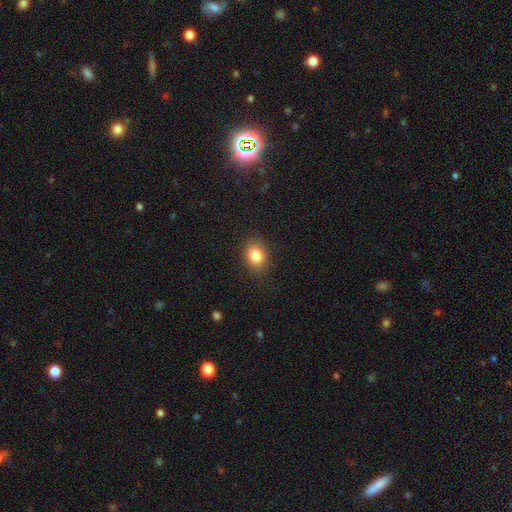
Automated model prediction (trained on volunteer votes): This appears to be a smooth galaxy with no disk features (83%) that is in between round and cigar-shaped (57%). Merging: none (87%).